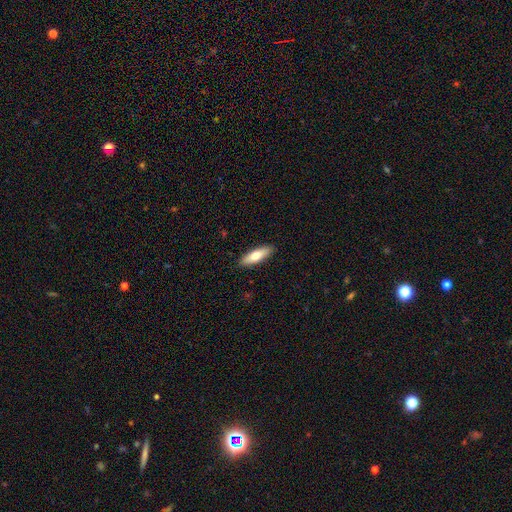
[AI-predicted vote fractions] The model was most divided on "how rounded": in between: 52%, cigar-shaped: 46%, round: 2%. More confident: merging — none (90%); smooth or featured — smooth (68%).